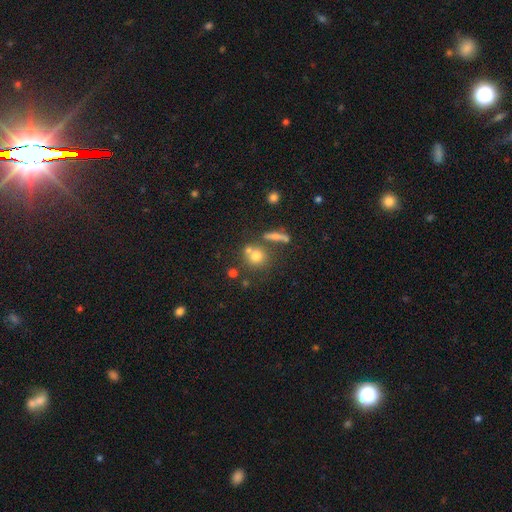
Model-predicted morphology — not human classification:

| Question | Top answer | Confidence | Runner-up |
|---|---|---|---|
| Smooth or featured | smooth | 70% | featured or disk (16%) |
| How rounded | round | 84% | in between (14%) |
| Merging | none | 56% | merger (28%) |